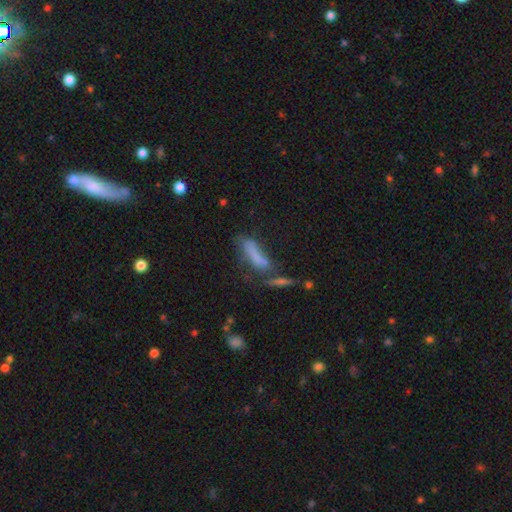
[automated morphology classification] smooth 63%, featured or disk 23%, star or artifact 14%. Down the decision tree: how rounded — cigar-shaped (59%); merging — none (34%).